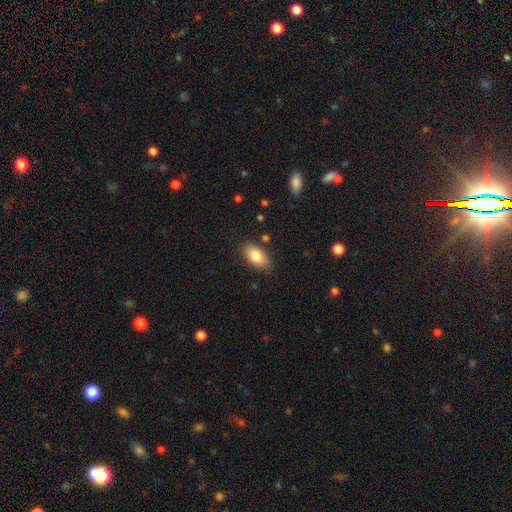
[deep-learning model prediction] Smooth or featured?
  - smooth: 83% *
  - featured or disk: 10%
  - star or artifact: 7%
How rounded?
  - in between: 91% *
  - round: 5%
  - cigar-shaped: 3%
Merging?
  - none: 82% *
  - minor disturbance: 13%
  - major disturbance: 3%
  - merger: 2%